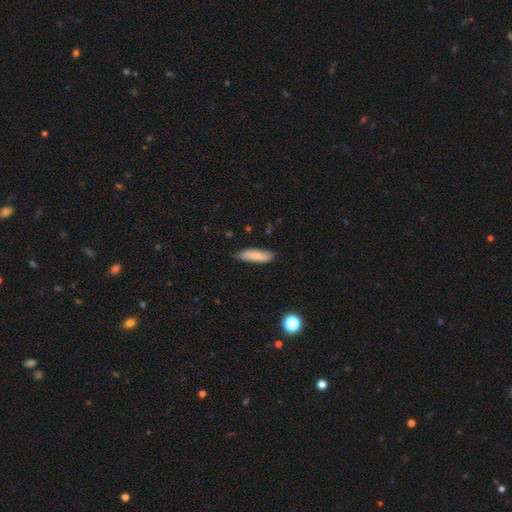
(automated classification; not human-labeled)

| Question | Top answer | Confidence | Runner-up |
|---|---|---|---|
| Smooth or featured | smooth | 84% | featured or disk (10%) |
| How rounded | cigar-shaped | 51% | in between (48%) |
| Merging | none | 82% | minor disturbance (15%) |